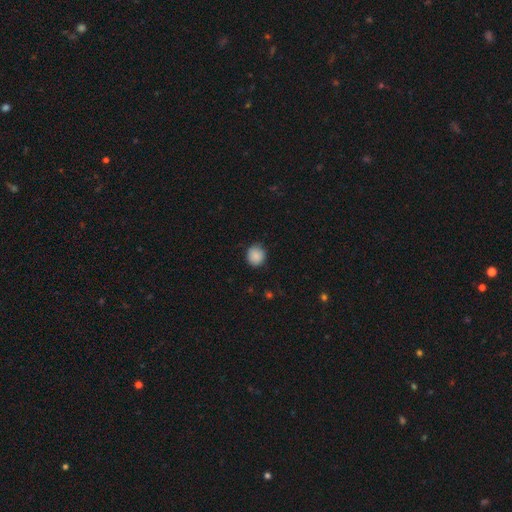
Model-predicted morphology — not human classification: The model was most divided on "merging": none: 83%, minor disturbance: 13%, major disturbance: 2%, merger: 1%. More confident: how rounded — round (87%); smooth or featured — smooth (87%).